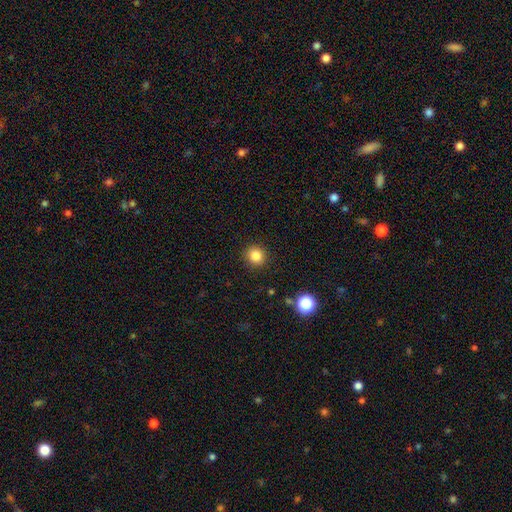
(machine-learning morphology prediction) Q: Smooth or featured?
A: smooth (84%); runner-up: star or artifact (12%)
Q: How rounded?
A: round (91%); runner-up: in between (8%)
Q: Merging?
A: none (91%); runner-up: minor disturbance (6%)